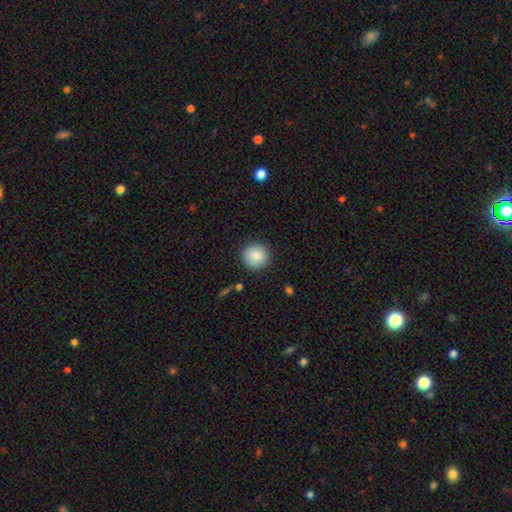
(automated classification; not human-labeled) Smooth or featured? Predicted: smooth (p=0.87). How rounded? Predicted: round (p=0.92). Merging? Predicted: none (p=0.89).